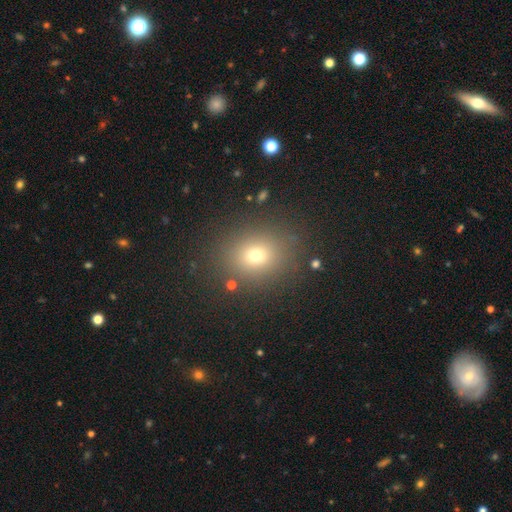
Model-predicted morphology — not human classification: smooth-or-featured: smooth: 70% | star or artifact: 20% | featured or disk: 10%
  how-rounded: round: 64% | in between: 34% | cigar-shaped: 1%
  merging: none: 86% | minor disturbance: 8% | major disturbance: 4% | merger: 2%